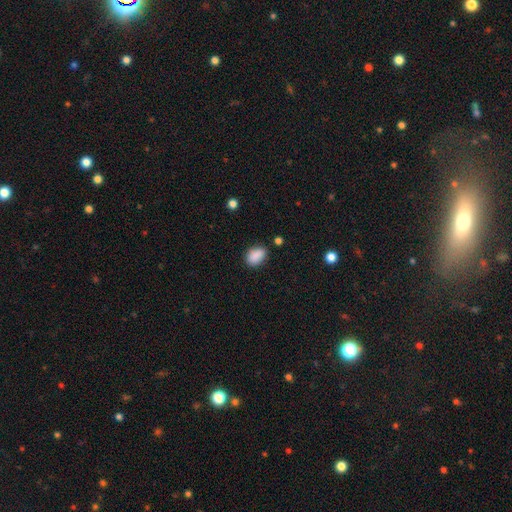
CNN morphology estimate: type=smooth (88%); roundness=in between (82%); merging=none (77%).